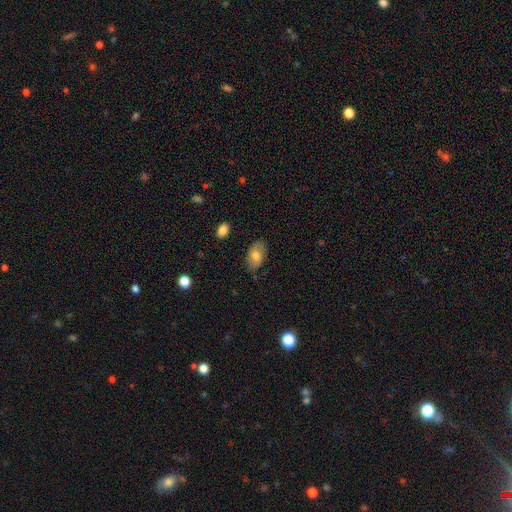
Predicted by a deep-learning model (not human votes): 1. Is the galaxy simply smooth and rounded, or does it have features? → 71% smooth, 21% featured or disk, 8% star or artifact.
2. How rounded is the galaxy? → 91% in between, 7% round, 1% cigar-shaped.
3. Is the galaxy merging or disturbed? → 80% none, 15% minor disturbance, 3% major disturbance, 1% merger.